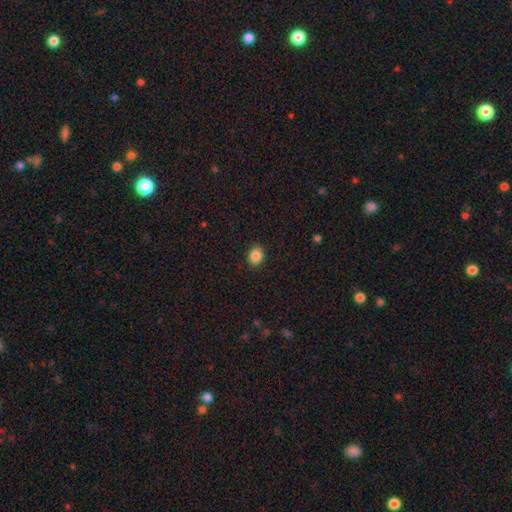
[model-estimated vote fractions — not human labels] A smooth galaxy with no disk features (88%) that is in between round and cigar-shaped (59%).

Vote fractions:
- Smooth or featured? smooth: 88% / star or artifact: 9% / featured or disk: 4%
- How rounded? in between: 59% / round: 40% / cigar-shaped: 1%
- Merging? none: 90% / minor disturbance: 7% / major disturbance: 2% / merger: 1%